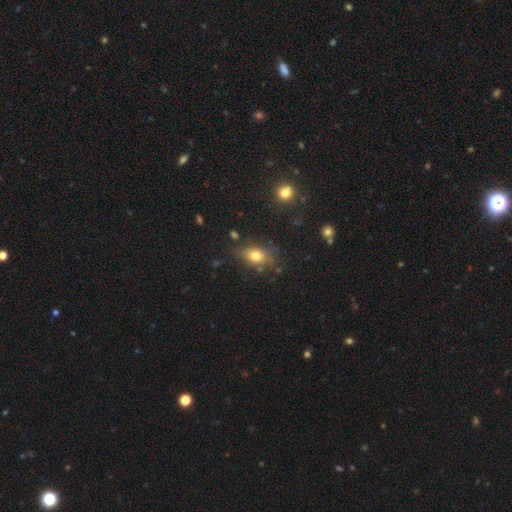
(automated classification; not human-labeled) smooth-or-featured: smooth: 75% | featured or disk: 13% | star or artifact: 12%
  how-rounded: in between: 75% | round: 22% | cigar-shaped: 3%
  merging: none: 69% | minor disturbance: 20% | major disturbance: 7% | merger: 4%